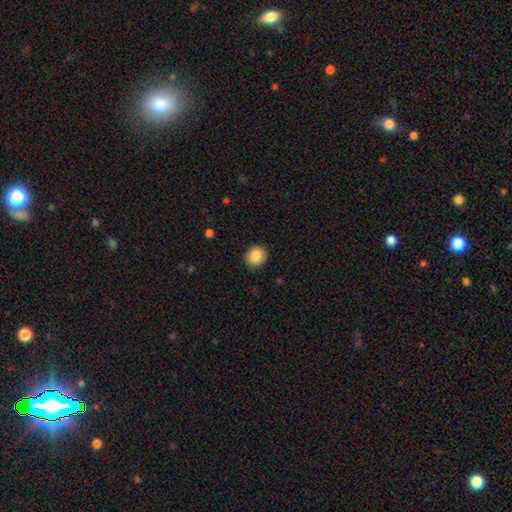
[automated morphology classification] A smooth galaxy with no disk features (87%) that is round (80%).

Vote fractions:
- Smooth or featured? smooth: 87% / star or artifact: 8% / featured or disk: 4%
- How rounded? round: 80% / in between: 19% / cigar-shaped: 1%
- Merging? none: 90% / minor disturbance: 7% / major disturbance: 2% / merger: 1%